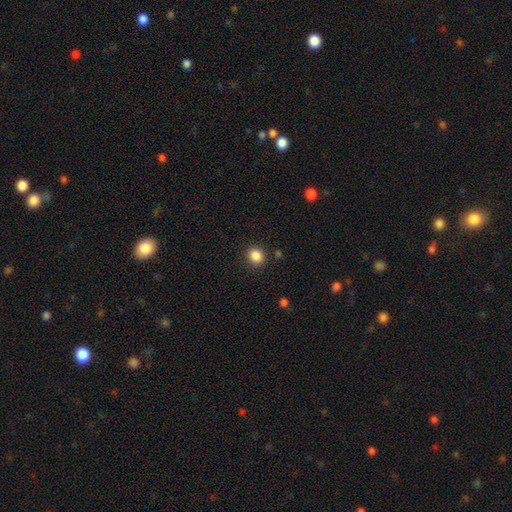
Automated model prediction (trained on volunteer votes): A smooth galaxy with no disk features (86%) that is round (76%).

Vote fractions:
- Smooth or featured? smooth: 86% / star or artifact: 10% / featured or disk: 4%
- How rounded? round: 76% / in between: 24% / cigar-shaped: 1%
- Merging? none: 89% / minor disturbance: 7% / major disturbance: 2% / merger: 2%